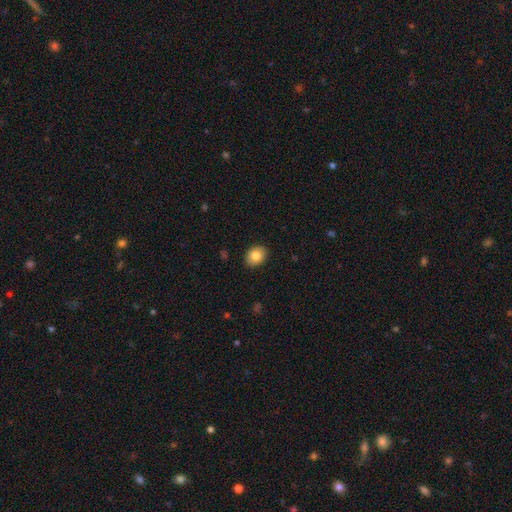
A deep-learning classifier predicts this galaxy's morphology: smooth_or_featured: smooth (p=0.83) [alt: featured or disk p=0.09]
how_rounded: in between (p=0.55) [alt: round p=0.44]
merging: none (p=0.89) [alt: minor disturbance p=0.08]